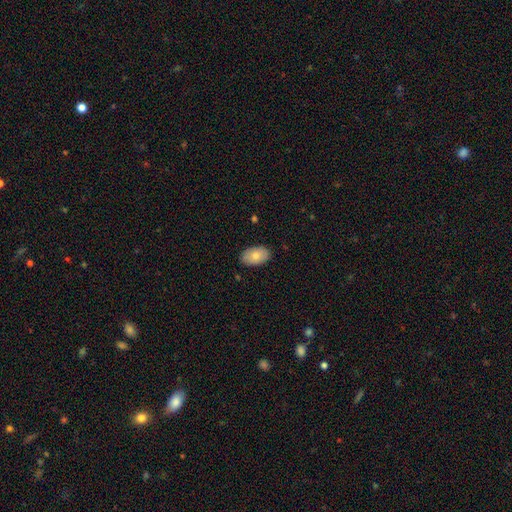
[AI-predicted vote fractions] A smooth galaxy with no disk features (77%) that is in between round and cigar-shaped (92%). Merging: none (86%).